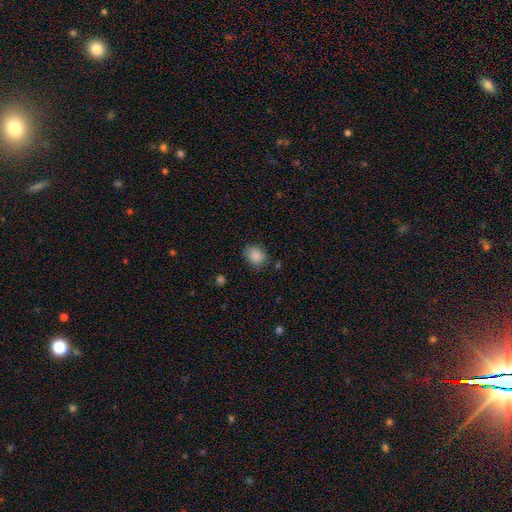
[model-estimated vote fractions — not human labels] The model was most divided on "how rounded": round: 62%, in between: 37%, cigar-shaped: 1%. More confident: smooth or featured — smooth (86%); merging — none (73%).